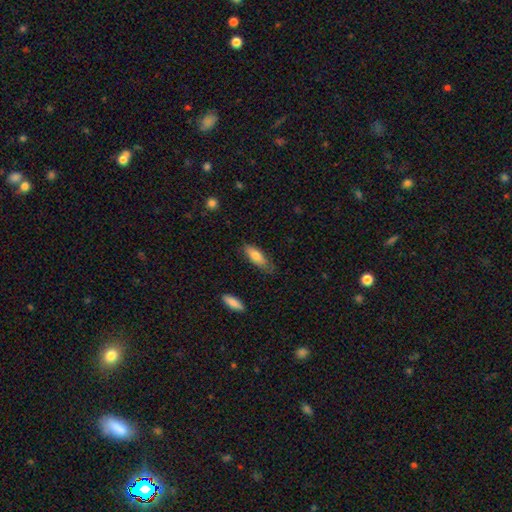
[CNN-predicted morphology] This appears to be a smooth galaxy with no disk features (77%) that is in between round and cigar-shaped (69%). Merging: none (69%).